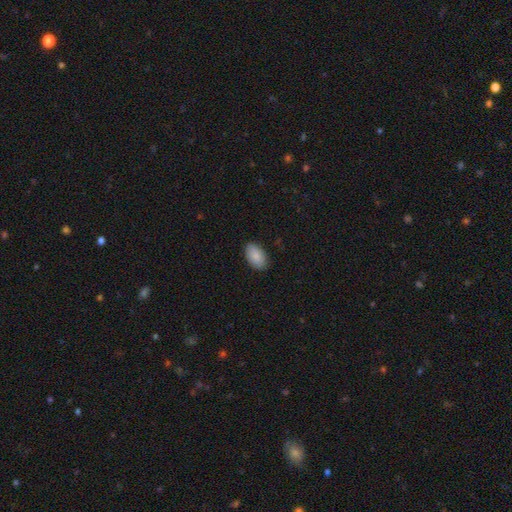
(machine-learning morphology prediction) smooth 89%, star or artifact 6%, featured or disk 5%. Down the decision tree: how rounded — in between (94%); merging — none (87%).